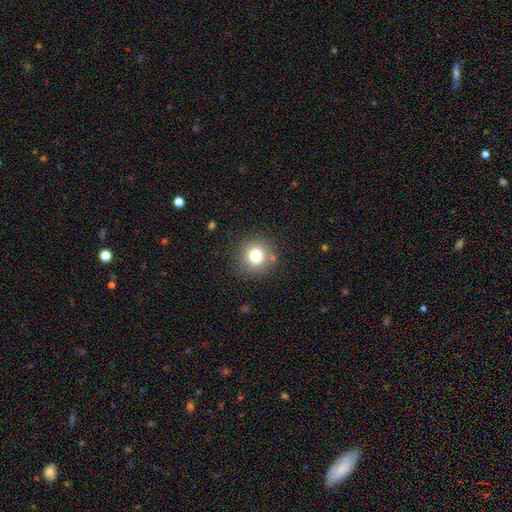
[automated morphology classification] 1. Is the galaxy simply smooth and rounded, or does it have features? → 77% smooth, 14% star or artifact, 10% featured or disk.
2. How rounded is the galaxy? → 92% round, 7% in between, 1% cigar-shaped.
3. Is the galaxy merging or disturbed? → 86% none, 8% minor disturbance, 3% major disturbance, 3% merger.